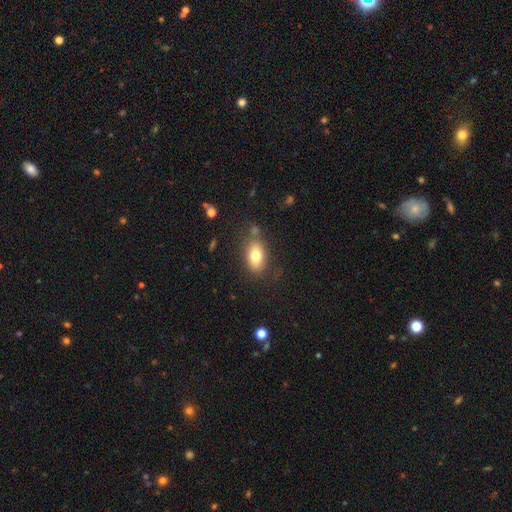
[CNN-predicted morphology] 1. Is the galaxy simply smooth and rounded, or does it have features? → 77% smooth, 14% featured or disk, 9% star or artifact.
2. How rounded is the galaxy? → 85% in between, 12% round, 3% cigar-shaped.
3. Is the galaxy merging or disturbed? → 74% none, 15% minor disturbance, 6% merger, 5% major disturbance.